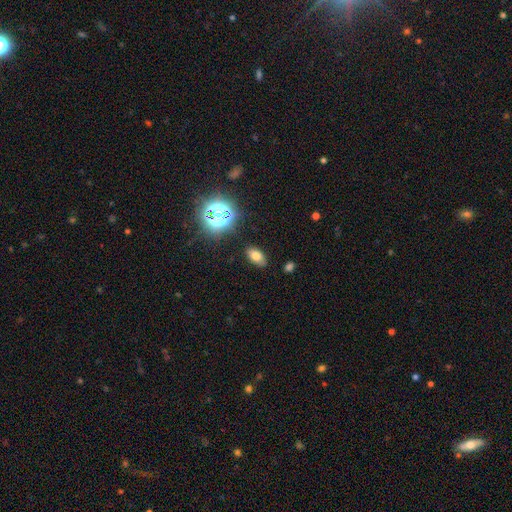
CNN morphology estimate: Smooth or featured?
  - smooth: 70% *
  - star or artifact: 19%
  - featured or disk: 11%
How rounded?
  - in between: 90% *
  - round: 7%
  - cigar-shaped: 3%
Merging?
  - none: 84% *
  - minor disturbance: 11%
  - major disturbance: 3%
  - merger: 2%